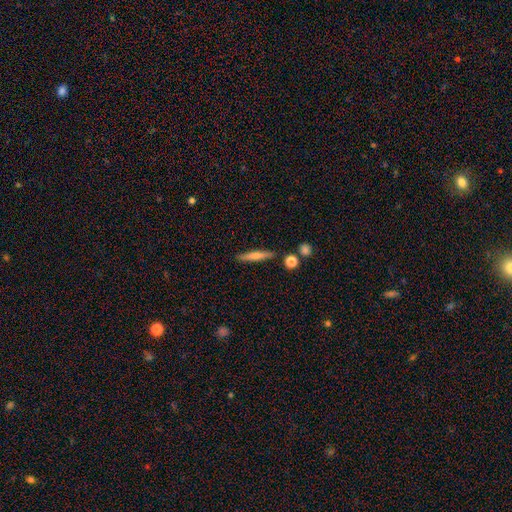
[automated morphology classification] A smooth galaxy with no disk features (64%) that is cigar-shaped (91%). Merging: none (86%).